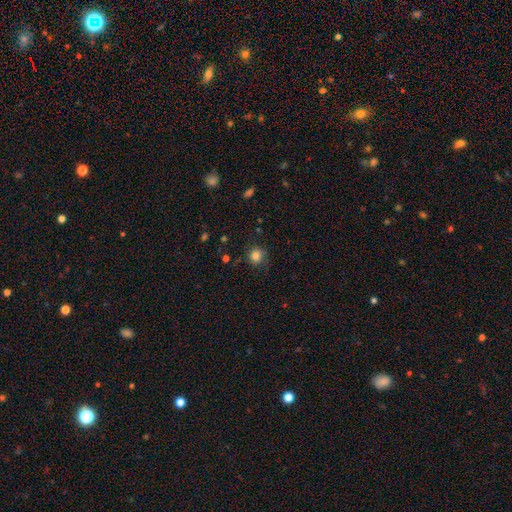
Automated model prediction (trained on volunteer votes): Smooth or featured?
  - smooth: 82% *
  - star or artifact: 12%
  - featured or disk: 7%
How rounded?
  - round: 84% *
  - in between: 15%
  - cigar-shaped: 1%
Merging?
  - none: 73% *
  - minor disturbance: 18%
  - major disturbance: 7%
  - merger: 1%